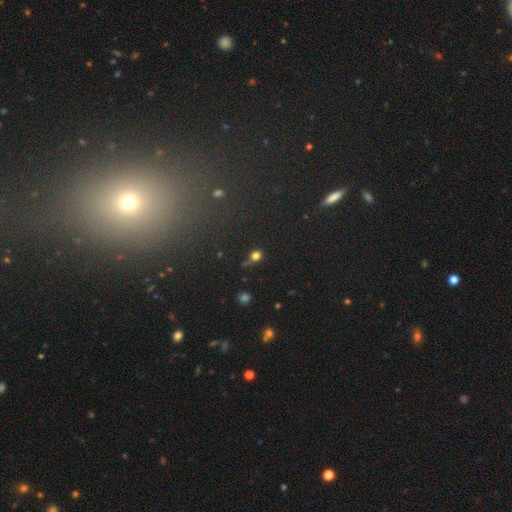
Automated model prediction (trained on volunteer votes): This appears to be a smooth galaxy with no disk features (69%) that is round (70%). Merging: none (59%).